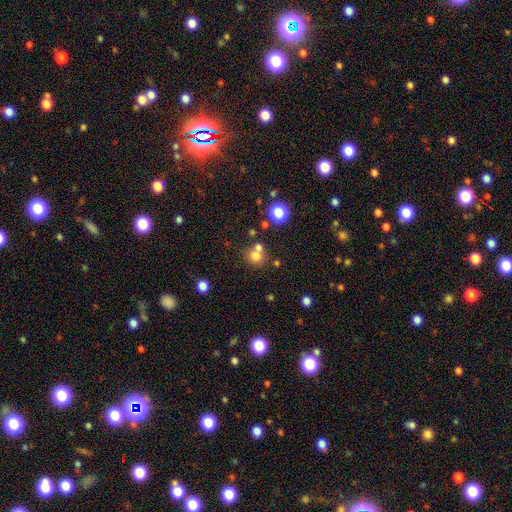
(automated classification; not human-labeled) The model was most divided on "merging": none: 52%, merger: 36%, minor disturbance: 8%, major disturbance: 3%. More confident: how rounded — round (84%); smooth or featured — smooth (73%).